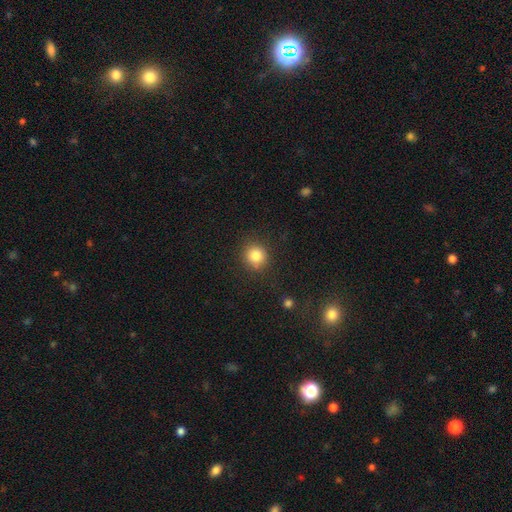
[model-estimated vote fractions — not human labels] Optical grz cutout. It shows a smooth galaxy with no disk features (83%) that is round (89%). Merging: none (85%).